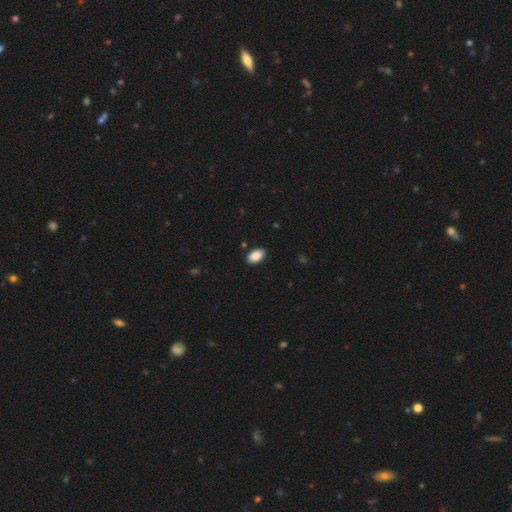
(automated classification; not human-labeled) Smooth or featured? smooth (89%)
How rounded? in between (93%)
Merging? none (88%)